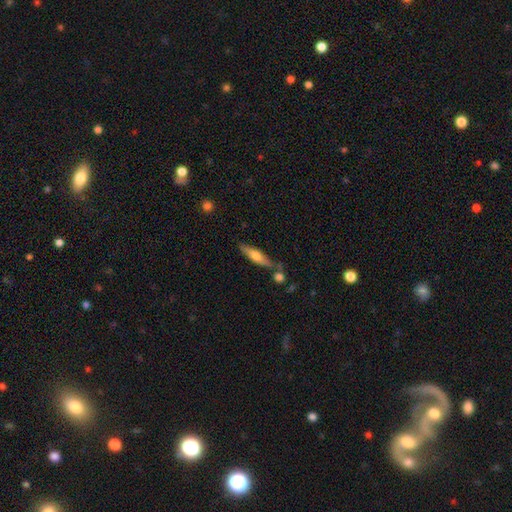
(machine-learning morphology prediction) Smooth or featured?
  - smooth: 54% *
  - featured or disk: 40%
  - star or artifact: 6%
How rounded?
  - cigar-shaped: 78% *
  - in between: 20%
  - round: 2%
Merging?
  - none: 68% *
  - minor disturbance: 16%
  - merger: 12%
  - major disturbance: 4%